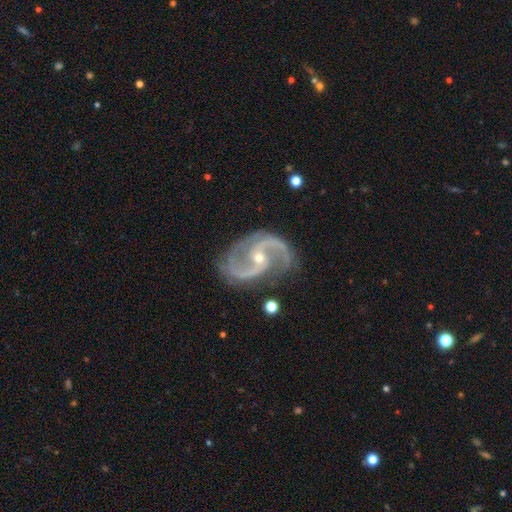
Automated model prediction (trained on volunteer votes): The model was most divided on "bar": no: 41%, weak: 36%, strong: 23%. More confident: spiral arms — yes (98%); edge-on disk — no (98%); spiral arm count — 2 (94%); smooth or featured — featured or disk (93%); merging — none (77%); bulge size — small (64%); spiral winding — medium (58%).